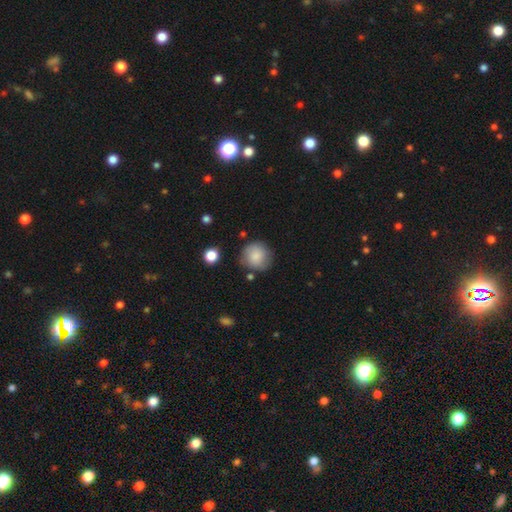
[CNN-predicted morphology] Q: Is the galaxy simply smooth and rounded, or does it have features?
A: smooth — 81%.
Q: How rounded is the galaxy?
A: round — 91%.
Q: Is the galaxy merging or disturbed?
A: none — 76%.